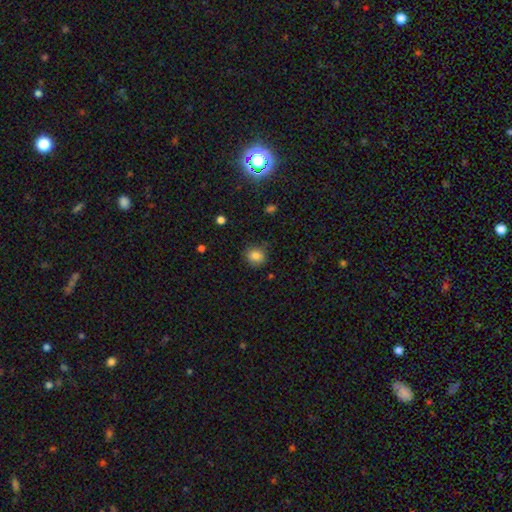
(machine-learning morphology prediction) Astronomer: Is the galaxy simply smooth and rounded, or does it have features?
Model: smooth — 84%.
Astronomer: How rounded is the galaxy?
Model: round — 78%.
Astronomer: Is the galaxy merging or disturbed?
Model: none — 81%.